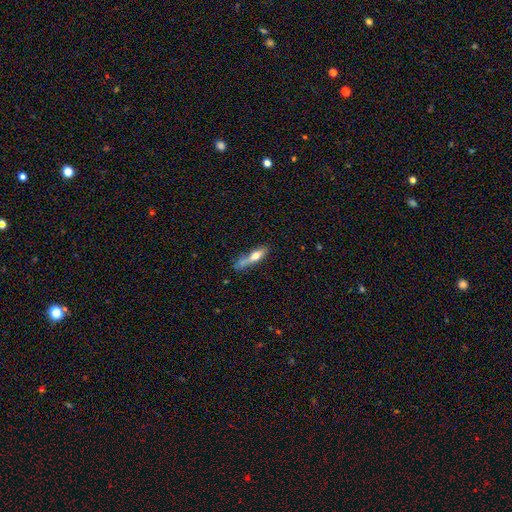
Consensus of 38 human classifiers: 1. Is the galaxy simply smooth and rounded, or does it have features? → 63% smooth, 37% featured or disk, 0% star or artifact.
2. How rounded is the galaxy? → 67% cigar-shaped, 33% in between, 0% round.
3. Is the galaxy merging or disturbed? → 47% none, 24% major disturbance, 21% minor disturbance, 8% merger.